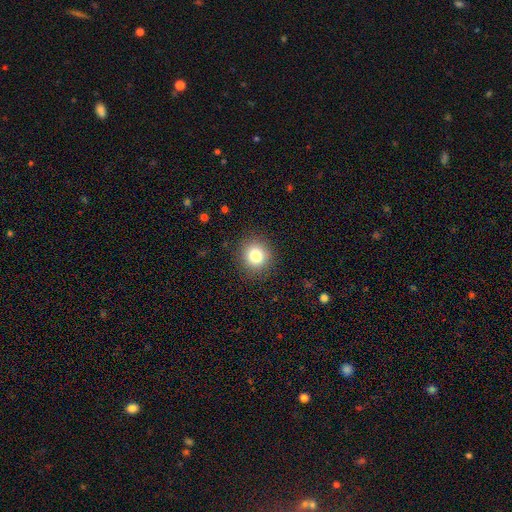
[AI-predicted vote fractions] A smooth galaxy with no disk features (81%) that is round (90%).

Vote fractions:
- Smooth or featured? smooth: 81% / star or artifact: 11% / featured or disk: 7%
- How rounded? round: 90% / in between: 9% / cigar-shaped: 1%
- Merging? none: 89% / minor disturbance: 7% / major disturbance: 3% / merger: 1%